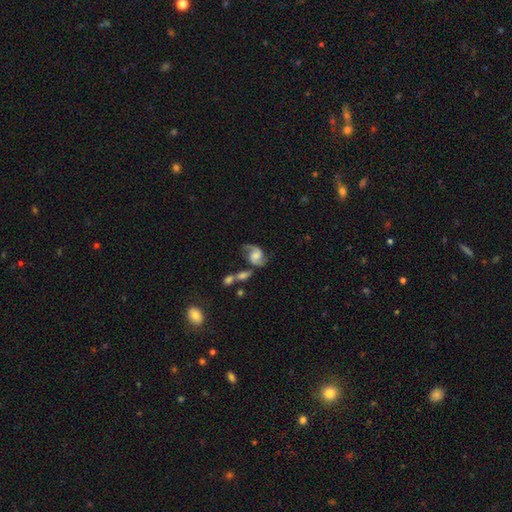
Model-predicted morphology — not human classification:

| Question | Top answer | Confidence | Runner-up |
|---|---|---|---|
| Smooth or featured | featured or disk | 81% | smooth (13%) |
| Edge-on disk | no | 98% | yes (2%) |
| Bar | no | 51% | weak (40%) |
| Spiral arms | yes | 95% | no (5%) |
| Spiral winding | loose | 45% | medium (44%) |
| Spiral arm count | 2 | 91% | 1 (3%) |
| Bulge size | moderate | 41% | small (26%) |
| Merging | none | 55% | minor disturbance (18%) |